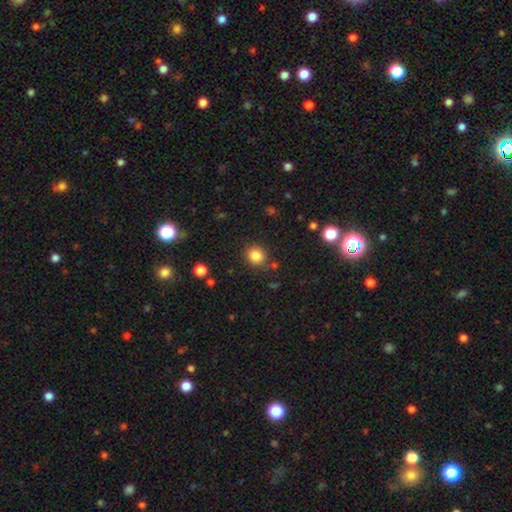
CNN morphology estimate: This appears to be a smooth galaxy with no disk features (83%) that is round (82%). Merging: none (84%).